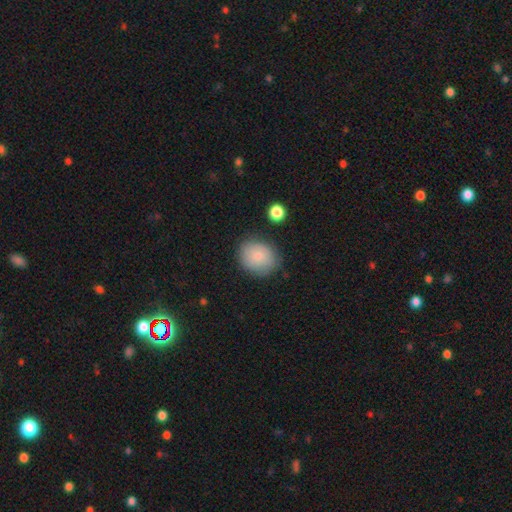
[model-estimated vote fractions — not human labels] smooth 80%, featured or disk 12%, star or artifact 8%. Down the decision tree: how rounded — round (63%); merging — none (76%).